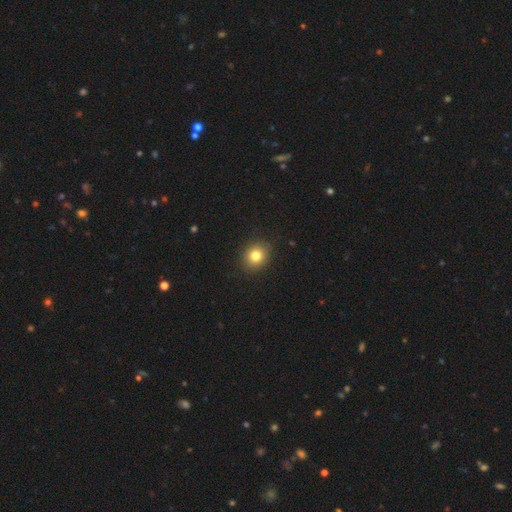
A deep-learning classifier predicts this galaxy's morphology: A smooth galaxy with no disk features (81%) that is round (74%).

Vote fractions:
- Smooth or featured? smooth: 81% / star or artifact: 11% / featured or disk: 8%
- How rounded? round: 74% / in between: 25% / cigar-shaped: 1%
- Merging? none: 90% / minor disturbance: 7% / major disturbance: 2% / merger: 1%